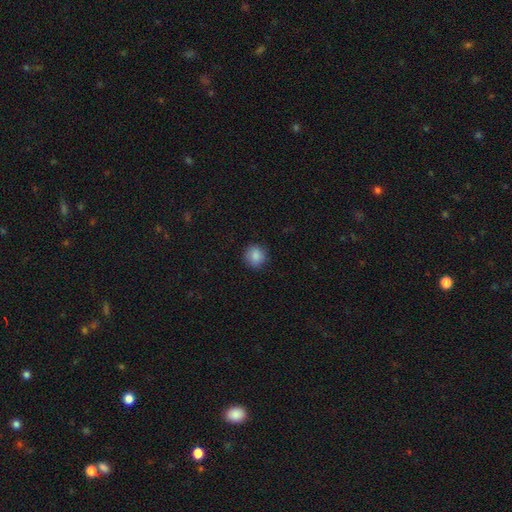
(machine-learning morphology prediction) smooth_or_featured: smooth (p=0.86) [alt: star or artifact p=0.09]
how_rounded: round (p=0.86) [alt: in between p=0.13]
merging: none (p=0.87) [alt: minor disturbance p=0.10]